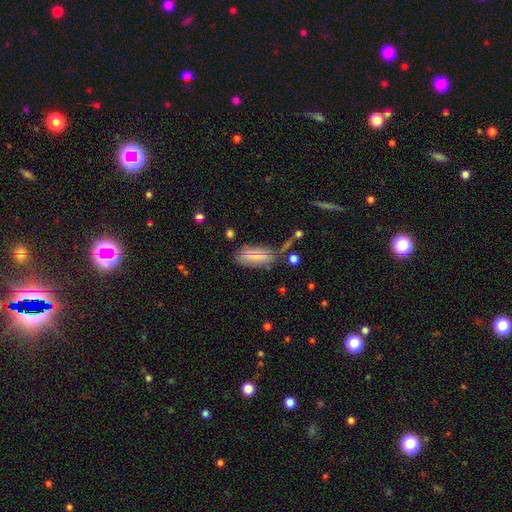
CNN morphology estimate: smooth-or-featured: smooth: 62% | featured or disk: 28% | star or artifact: 10%
  how-rounded: in between: 80% | cigar-shaped: 17% | round: 3%
  merging: none: 54% | minor disturbance: 25% | major disturbance: 13% | merger: 9%